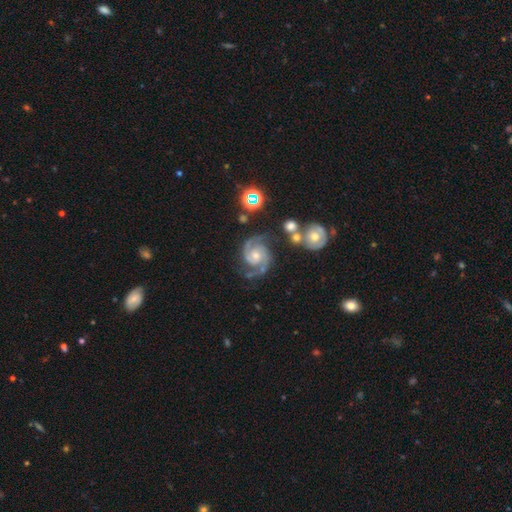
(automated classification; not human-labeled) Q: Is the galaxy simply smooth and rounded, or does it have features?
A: featured or disk — 91%.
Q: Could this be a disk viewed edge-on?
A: no — 98%.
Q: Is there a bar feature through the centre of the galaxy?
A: no — 65%.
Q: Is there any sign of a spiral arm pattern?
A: yes — 99%.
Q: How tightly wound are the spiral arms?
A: medium — 51%.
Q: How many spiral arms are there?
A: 2 — 91%.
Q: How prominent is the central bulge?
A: moderate — 55%.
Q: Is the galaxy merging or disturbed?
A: none — 72%.